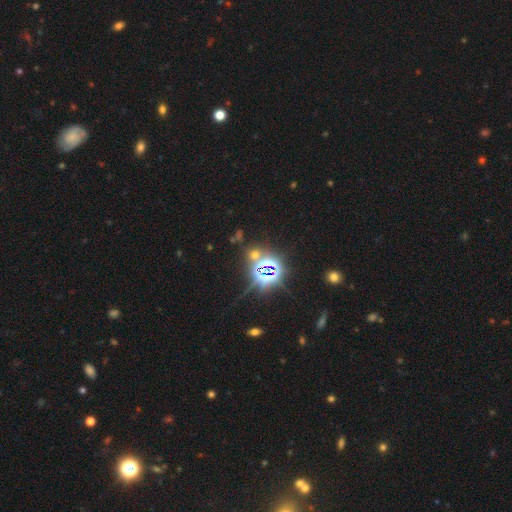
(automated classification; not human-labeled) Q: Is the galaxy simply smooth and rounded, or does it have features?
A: star or artifact — 75%.